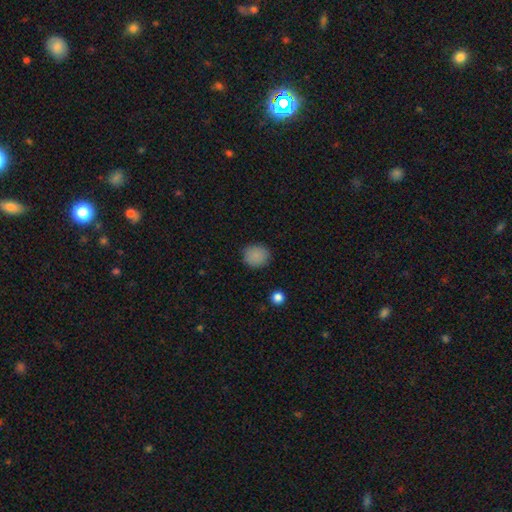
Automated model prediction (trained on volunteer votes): Smooth or featured? Predicted: smooth (p=0.86). How rounded? Predicted: round (p=0.81). Merging? Predicted: none (p=0.88).